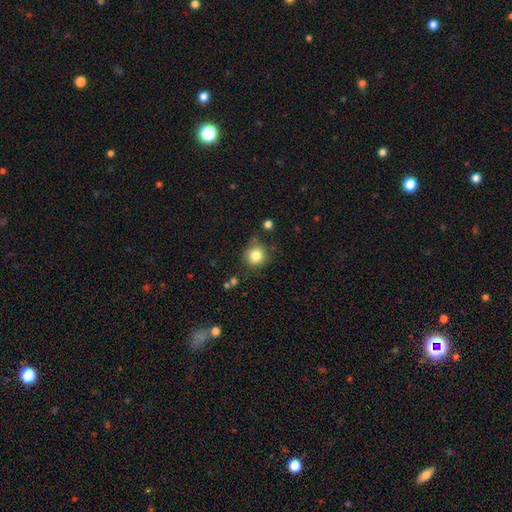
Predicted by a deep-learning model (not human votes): Smooth or featured? Predicted: smooth (p=0.83). How rounded? Predicted: round (p=0.90). Merging? Predicted: none (p=0.77).